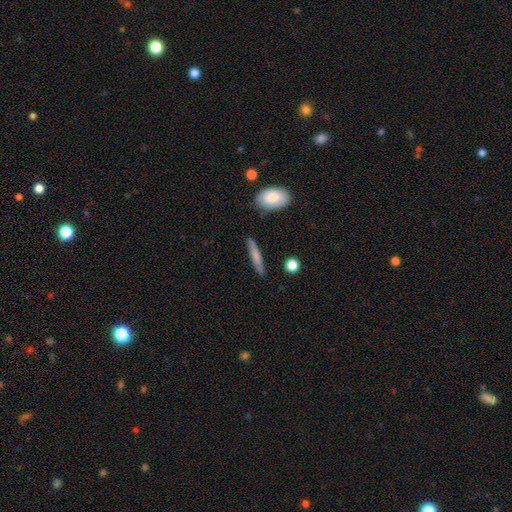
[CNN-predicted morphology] Smooth or featured?
  - smooth: 67% *
  - featured or disk: 27%
  - star or artifact: 6%
How rounded?
  - cigar-shaped: 88% *
  - in between: 10%
  - round: 2%
Merging?
  - none: 80% *
  - minor disturbance: 14%
  - merger: 3%
  - major disturbance: 3%